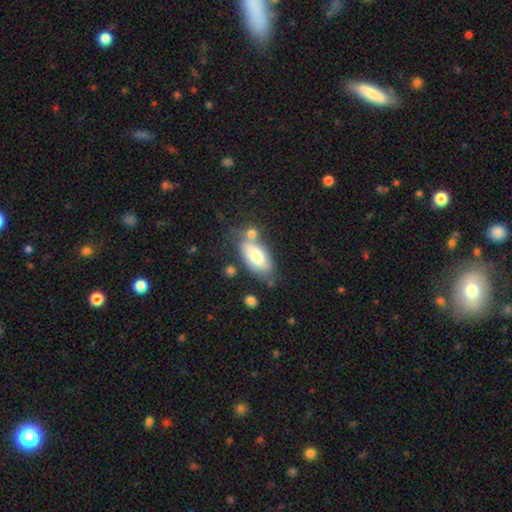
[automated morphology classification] Smooth or featured? smooth (71%)
How rounded? in between (89%)
Merging? none (55%)